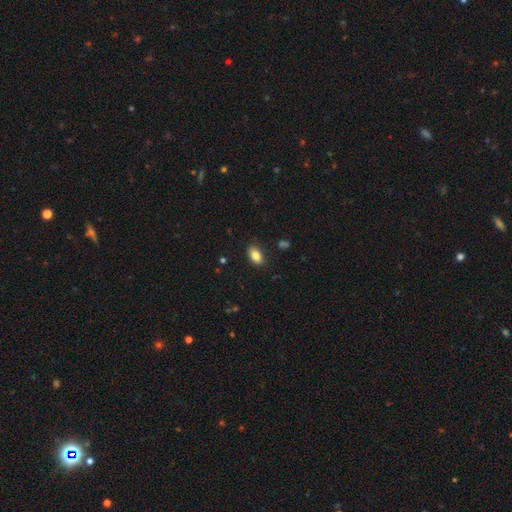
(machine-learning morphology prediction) type=smooth (85%); roundness=in between (90%); merging=none (85%).